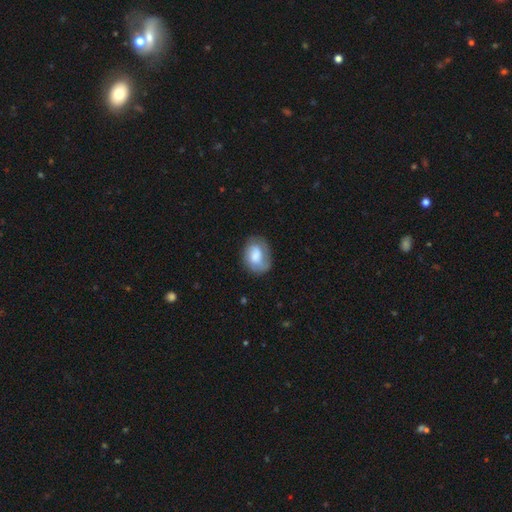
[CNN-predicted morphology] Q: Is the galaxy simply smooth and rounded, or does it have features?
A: smooth — 66%.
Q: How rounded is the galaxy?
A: in between — 70%.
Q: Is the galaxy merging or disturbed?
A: none — 62%.